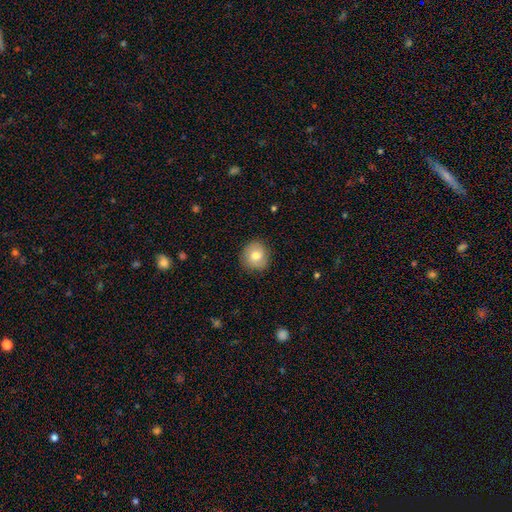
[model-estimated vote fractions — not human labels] Overall: smooth (73%). How rounded: round (86%). Merging: none (84%).